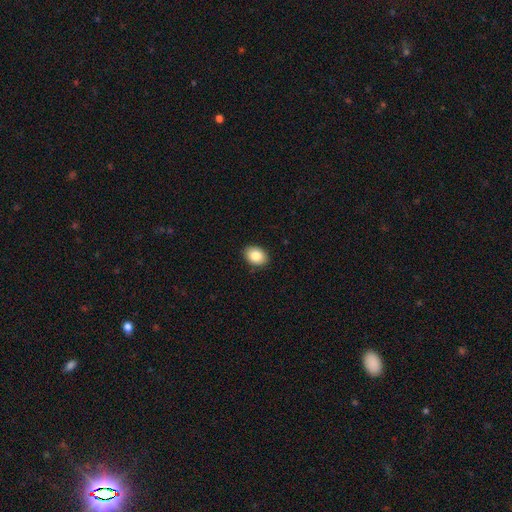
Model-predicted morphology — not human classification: Q: Smooth or featured?
A: smooth (86%); runner-up: star or artifact (8%)
Q: How rounded?
A: in between (74%); runner-up: round (25%)
Q: Merging?
A: none (89%); runner-up: minor disturbance (8%)